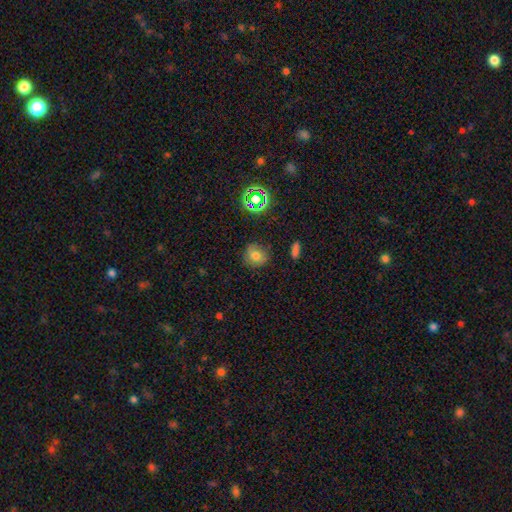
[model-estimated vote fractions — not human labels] The model was most divided on "smooth or featured": smooth: 70%, star or artifact: 18%, featured or disk: 12%. More confident: how rounded — round (82%); merging — none (80%).